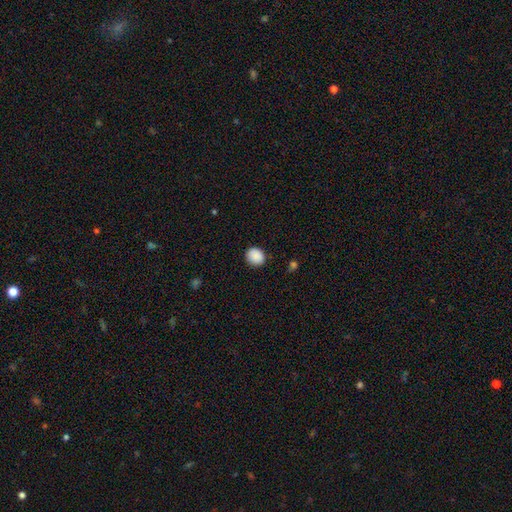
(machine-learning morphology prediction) smooth-or-featured: smooth: 89% | star or artifact: 8% | featured or disk: 3%
  how-rounded: round: 77% | in between: 22% | cigar-shaped: 1%
  merging: none: 87% | minor disturbance: 9% | major disturbance: 2% | merger: 1%